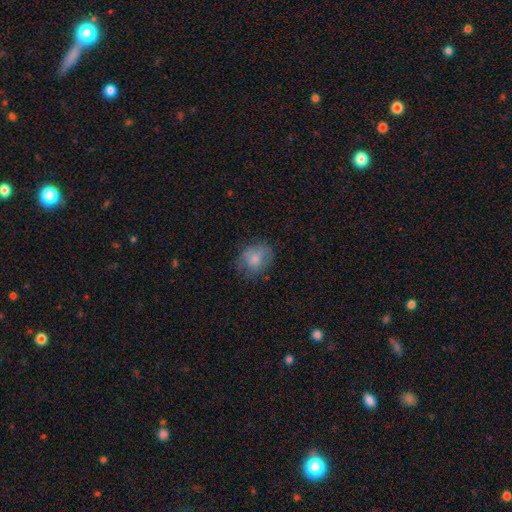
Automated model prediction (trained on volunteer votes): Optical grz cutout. It shows a smooth galaxy with no disk features (71%) that is round (58%). Merging: none (65%).